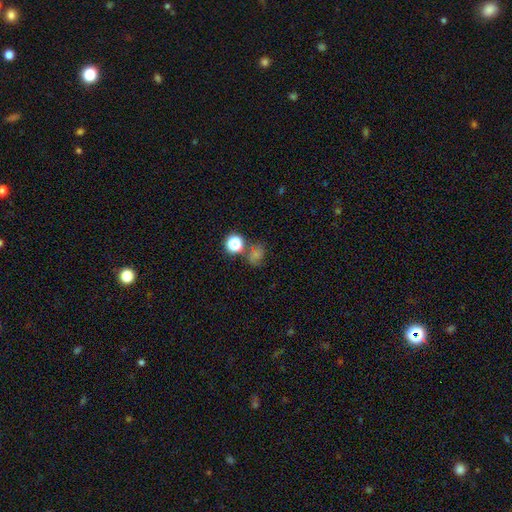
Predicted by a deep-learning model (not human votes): A smooth galaxy with no disk features (45%). Merging: none (57%).